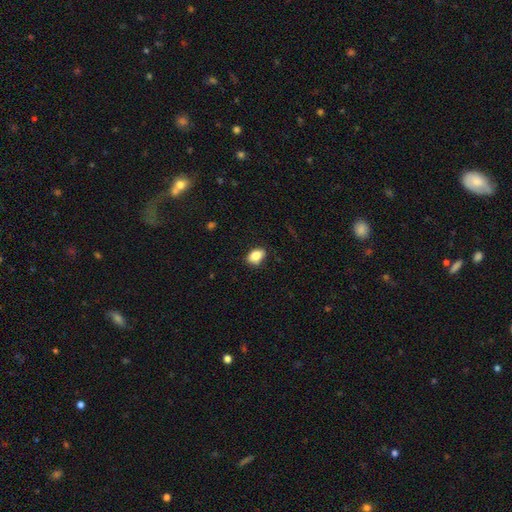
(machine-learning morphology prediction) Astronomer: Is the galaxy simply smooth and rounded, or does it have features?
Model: smooth — 84%.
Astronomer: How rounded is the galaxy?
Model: in between — 80%.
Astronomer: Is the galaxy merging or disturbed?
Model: none — 80%.